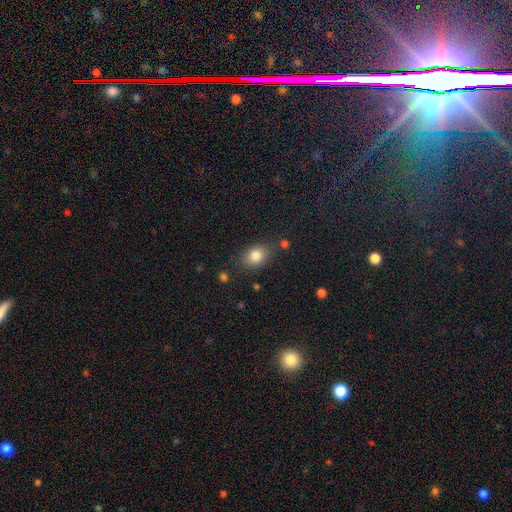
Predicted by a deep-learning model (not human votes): Overall: smooth (83%). How rounded: in between (62%; round 36%). Merging: none (79%).